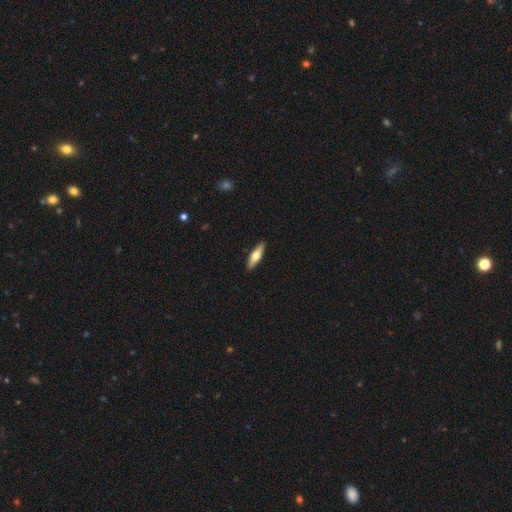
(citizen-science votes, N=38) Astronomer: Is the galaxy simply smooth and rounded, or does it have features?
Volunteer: smooth — 47%, tied with featured or disk at 47%.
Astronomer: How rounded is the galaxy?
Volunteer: cigar-shaped — 67%.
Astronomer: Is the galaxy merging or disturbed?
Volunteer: none — 92%.